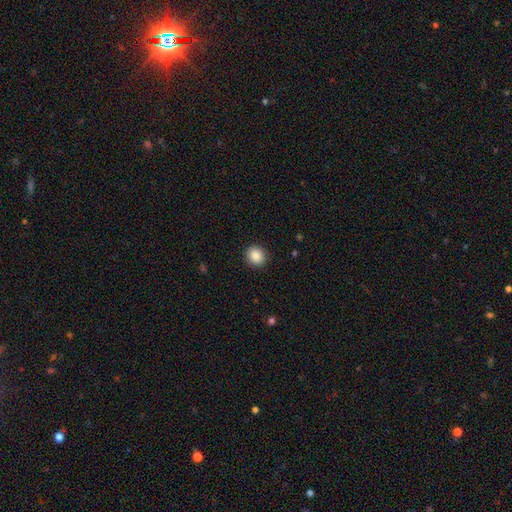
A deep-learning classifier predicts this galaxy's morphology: Smooth or featured? smooth (88%)
How rounded? round (80%)
Merging? none (91%)